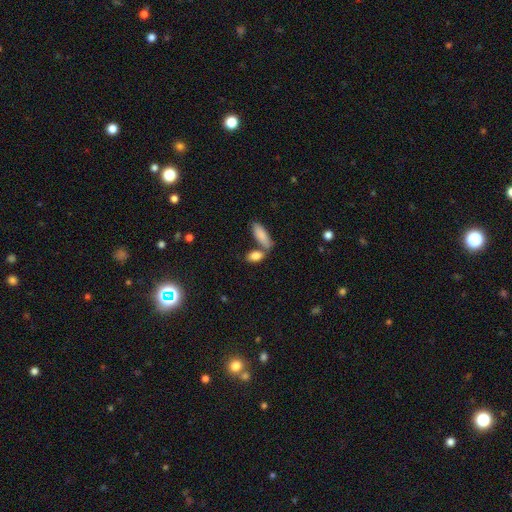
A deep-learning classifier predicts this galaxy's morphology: A smooth galaxy with no disk features (85%) that is in between round and cigar-shaped (81%). Merging: none (54%).